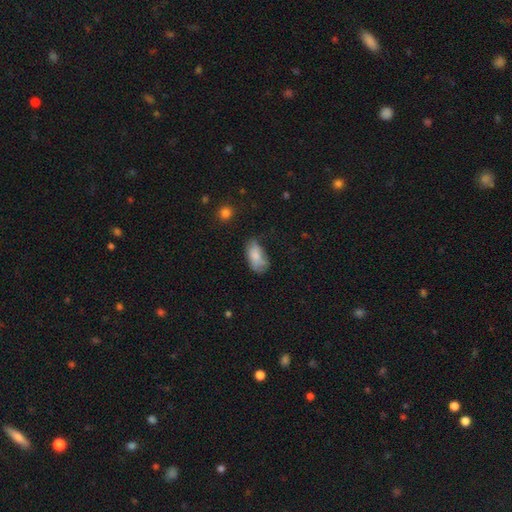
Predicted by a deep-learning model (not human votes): Overall: smooth (77%). How rounded: in between (93%). Merging: none (46%; minor disturbance 35%).